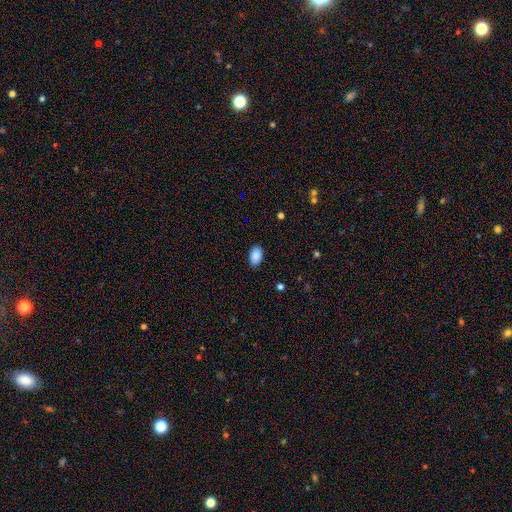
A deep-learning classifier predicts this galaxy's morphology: Q: Smooth or featured?
A: smooth (89%); runner-up: star or artifact (7%)
Q: How rounded?
A: in between (93%); runner-up: round (5%)
Q: Merging?
A: none (88%); runner-up: minor disturbance (9%)